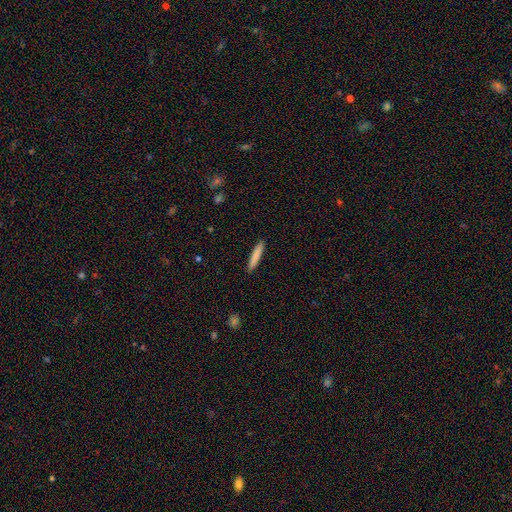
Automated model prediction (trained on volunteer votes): Smooth or featured? smooth (83%)
How rounded? cigar-shaped (93%)
Merging? none (91%)